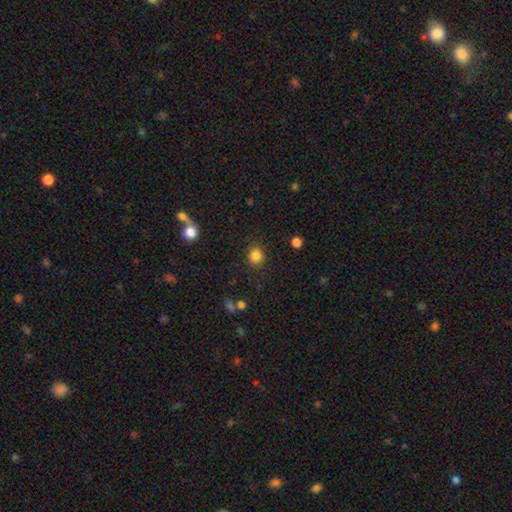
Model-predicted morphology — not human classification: Smooth or featured? Predicted: smooth (p=0.84). How rounded? Predicted: round (p=0.83). Merging? Predicted: none (p=0.88).